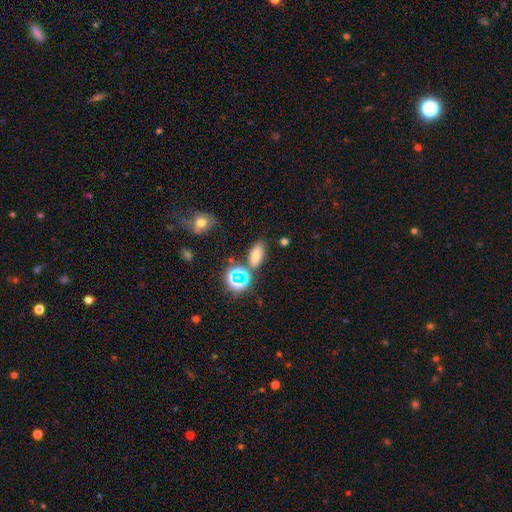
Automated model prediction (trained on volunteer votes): The model was most divided on "smooth or featured": smooth: 72%, star or artifact: 20%, featured or disk: 8%. More confident: how rounded — in between (85%); merging — none (75%).